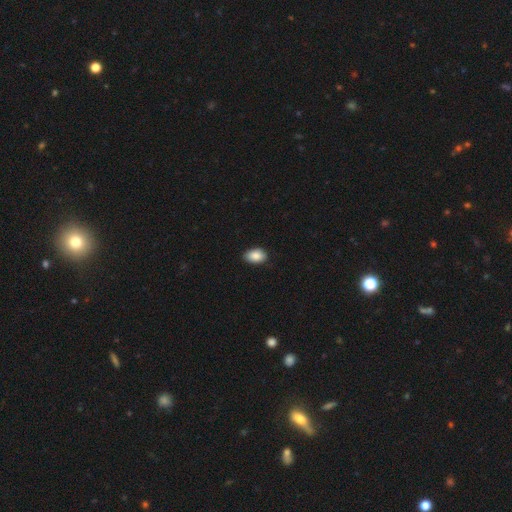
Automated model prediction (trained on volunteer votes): Smooth or featured? smooth (88%)
How rounded? in between (89%)
Merging? none (82%)